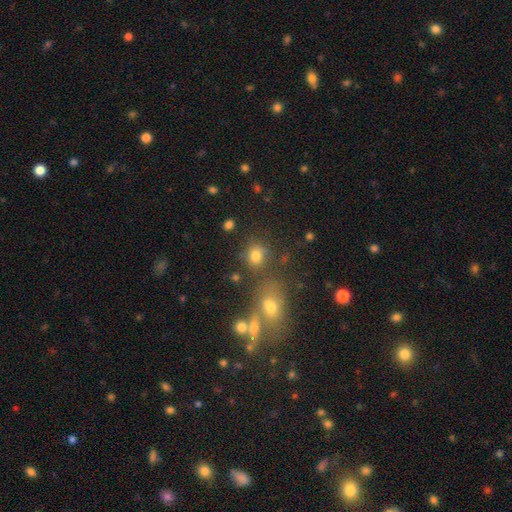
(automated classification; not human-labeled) Overall: smooth (75%). How rounded: round (70%). Merging: none (63%).